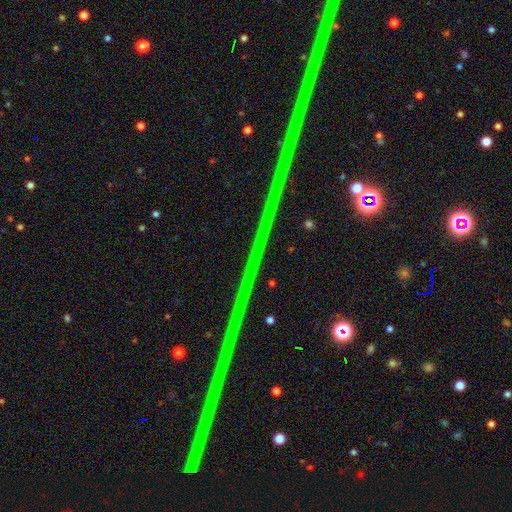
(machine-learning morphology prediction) A star or artifact, not a galaxy (87%).

Vote fractions:
- Smooth or featured? star or artifact: 87% / featured or disk: 8% / smooth: 5%